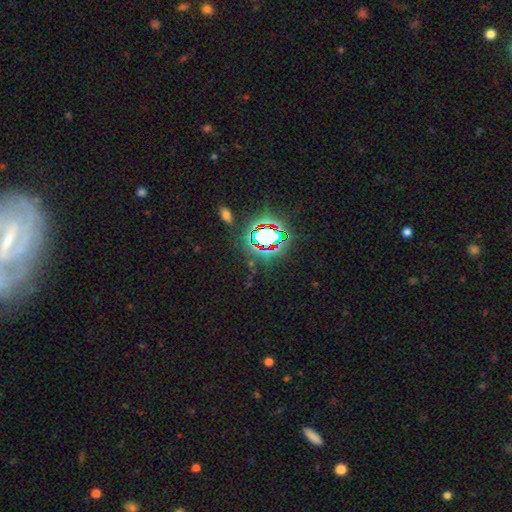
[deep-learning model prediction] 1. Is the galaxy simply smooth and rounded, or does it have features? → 82% star or artifact, 11% smooth, 8% featured or disk.